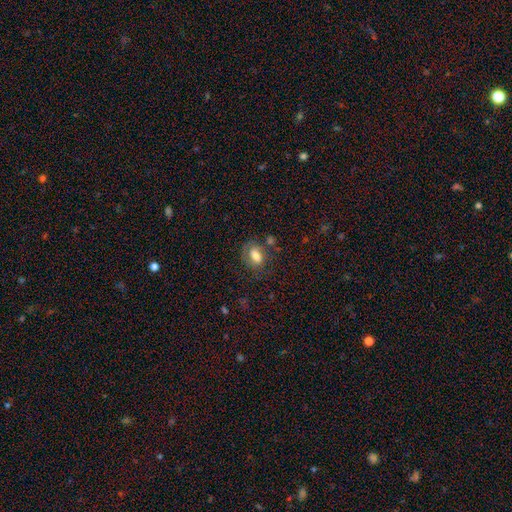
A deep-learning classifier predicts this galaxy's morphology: Q: Smooth or featured?
A: smooth (65%); runner-up: featured or disk (24%)
Q: How rounded?
A: in between (78%); runner-up: round (19%)
Q: Merging?
A: none (56%); runner-up: minor disturbance (22%)